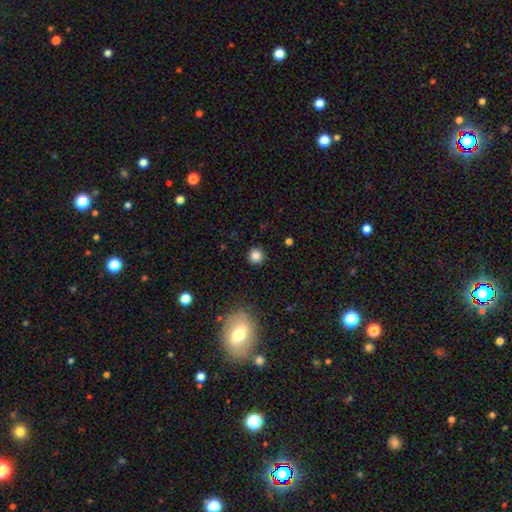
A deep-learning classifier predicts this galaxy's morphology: smooth_or_featured: smooth (p=0.84) [alt: star or artifact p=0.12]
how_rounded: round (p=0.94) [alt: in between p=0.05]
merging: none (p=0.91) [alt: minor disturbance p=0.06]